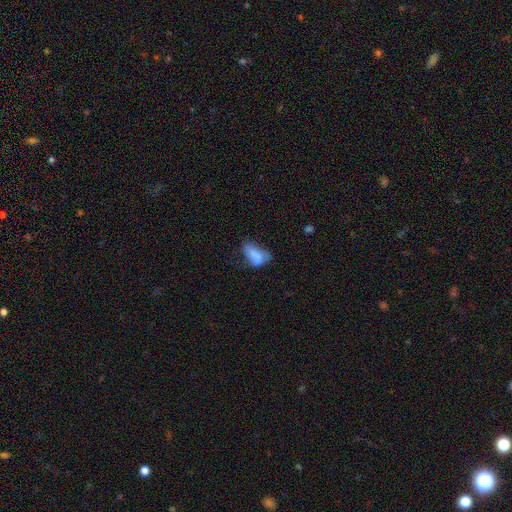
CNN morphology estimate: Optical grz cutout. It shows a smooth galaxy with no disk features (68%) that is in between round and cigar-shaped (88%). Merging: minor disturbance (36%).